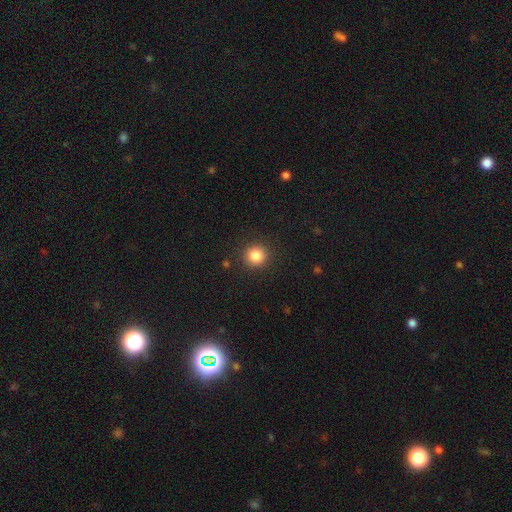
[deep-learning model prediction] This is clearly a smooth galaxy (85%). How rounded: clearly round (93%). Merging: clearly none (91%).